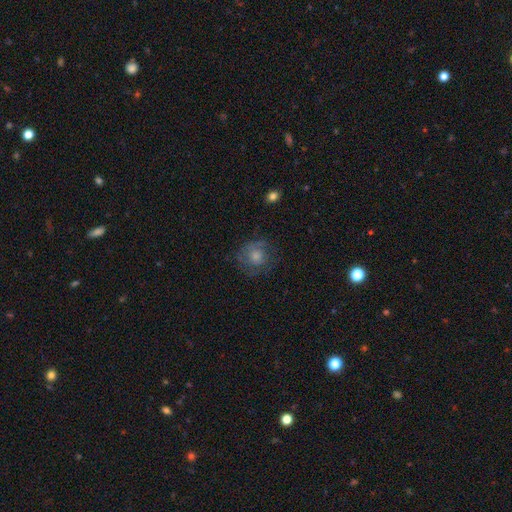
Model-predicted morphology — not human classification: smooth 44%, featured or disk 39%, star or artifact 17%. Down the decision tree: merging — none (72%).